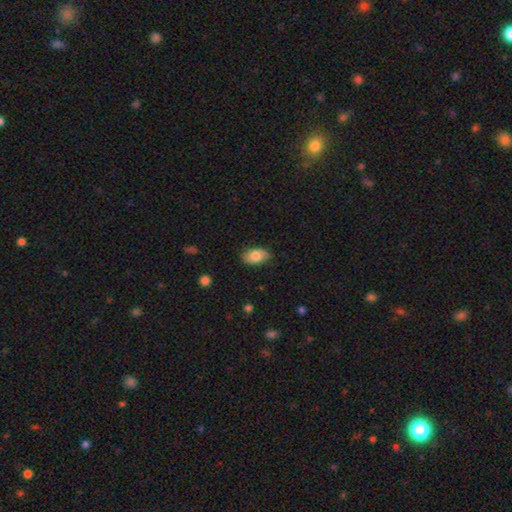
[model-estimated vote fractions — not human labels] smooth_or_featured: smooth (p=0.78) [alt: featured or disk p=0.16]
how_rounded: in between (p=0.92) [alt: round p=0.06]
merging: none (p=0.82) [alt: minor disturbance p=0.14]